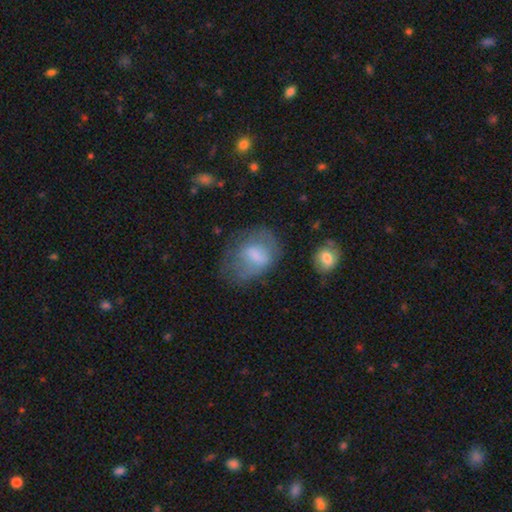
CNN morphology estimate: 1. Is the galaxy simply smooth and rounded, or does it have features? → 60% smooth, 31% featured or disk, 10% star or artifact.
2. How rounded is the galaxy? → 68% in between, 31% round, 2% cigar-shaped.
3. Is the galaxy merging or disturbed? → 43% none, 27% major disturbance, 26% minor disturbance, 4% merger.